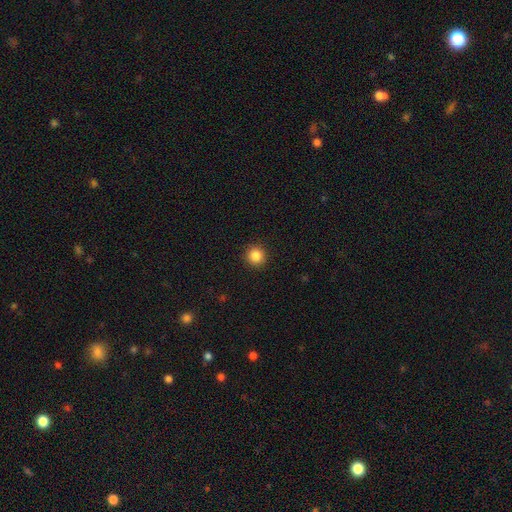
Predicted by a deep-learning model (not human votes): Smooth or featured? Predicted: smooth (p=0.86). How rounded? Predicted: round (p=0.95). Merging? Predicted: none (p=0.92).